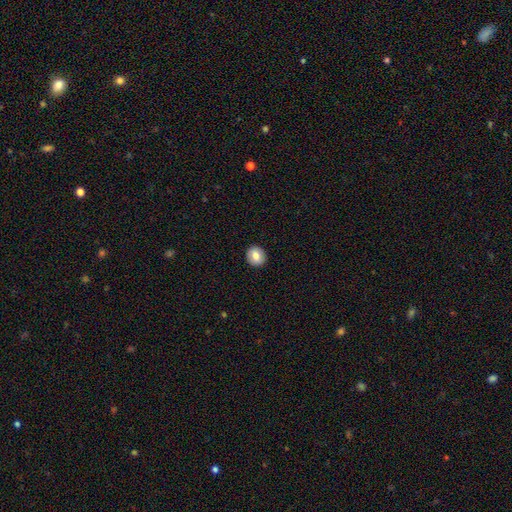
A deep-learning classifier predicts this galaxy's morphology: This appears to be a smooth galaxy with no disk features (77%) that is round (85%). Merging: none (92%).